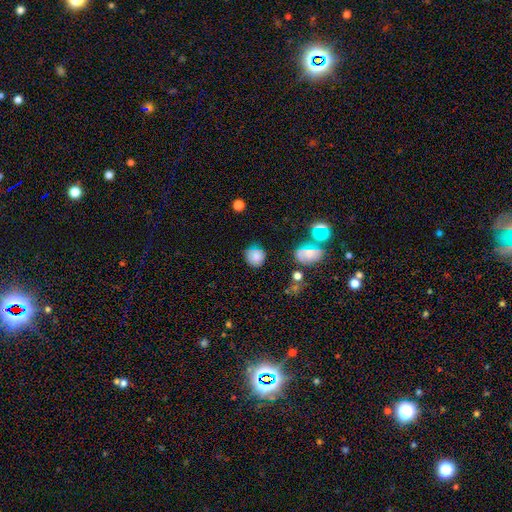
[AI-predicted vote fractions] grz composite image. It shows a smooth galaxy with no disk features (74%) that is round (87%). Merging: none (78%).